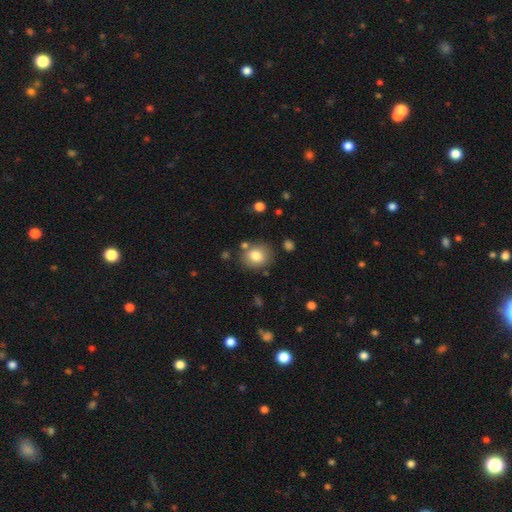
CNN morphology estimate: Smooth or featured?
  - smooth: 80% *
  - featured or disk: 11%
  - star or artifact: 9%
How rounded?
  - round: 66% *
  - in between: 33%
  - cigar-shaped: 1%
Merging?
  - none: 78% *
  - minor disturbance: 13%
  - merger: 6%
  - major disturbance: 4%